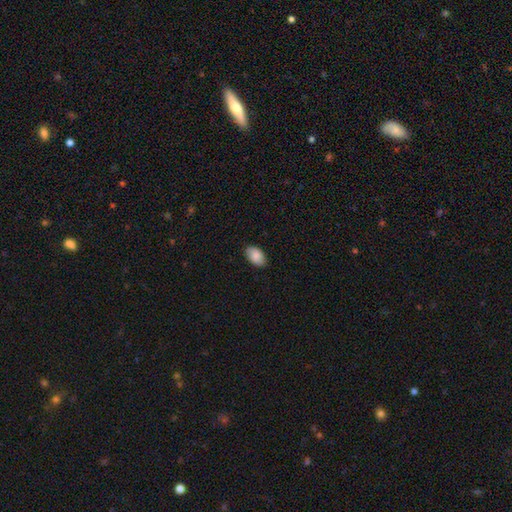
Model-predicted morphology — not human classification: A smooth galaxy with no disk features (85%) that is in between round and cigar-shaped (93%).

Vote fractions:
- Smooth or featured? smooth: 85% / featured or disk: 8% / star or artifact: 7%
- How rounded? in between: 93% / round: 6% / cigar-shaped: 1%
- Merging? none: 86% / minor disturbance: 11% / major disturbance: 2% / merger: 1%